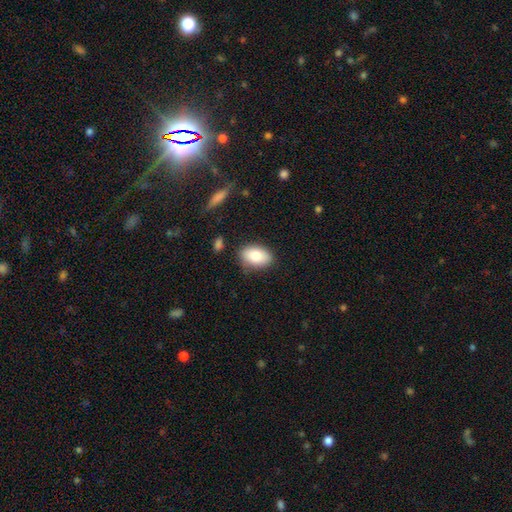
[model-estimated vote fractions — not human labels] smooth_or_featured: smooth (p=0.82) [alt: featured or disk p=0.11]
how_rounded: in between (p=0.89) [alt: round p=0.09]
merging: none (p=0.79) [alt: minor disturbance p=0.15]